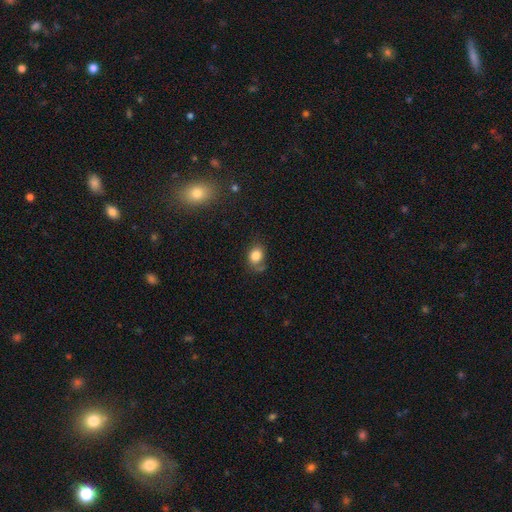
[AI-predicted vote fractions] Smooth or featured? smooth (81%)
How rounded? in between (57%)
Merging? none (58%)